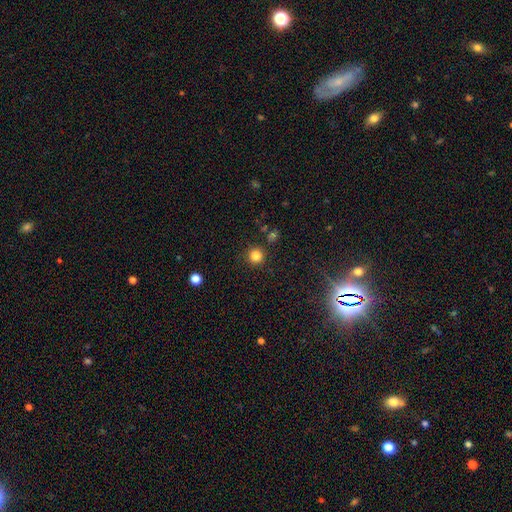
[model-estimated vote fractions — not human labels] Overall: smooth (82%). How rounded: round (94%). Merging: none (89%).